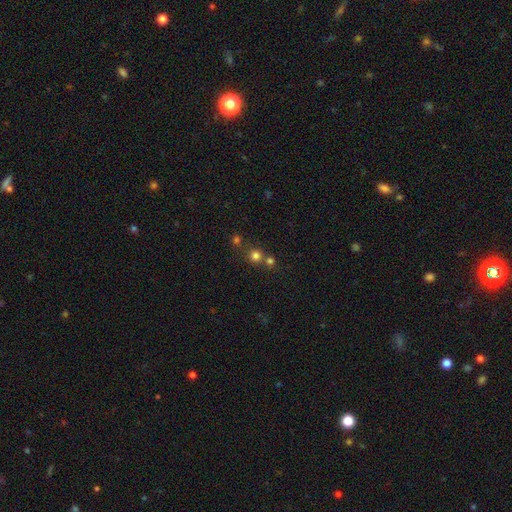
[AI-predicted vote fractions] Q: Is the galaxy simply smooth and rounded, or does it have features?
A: smooth — 74%.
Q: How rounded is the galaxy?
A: round — 91%.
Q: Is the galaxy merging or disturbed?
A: none — 62%.